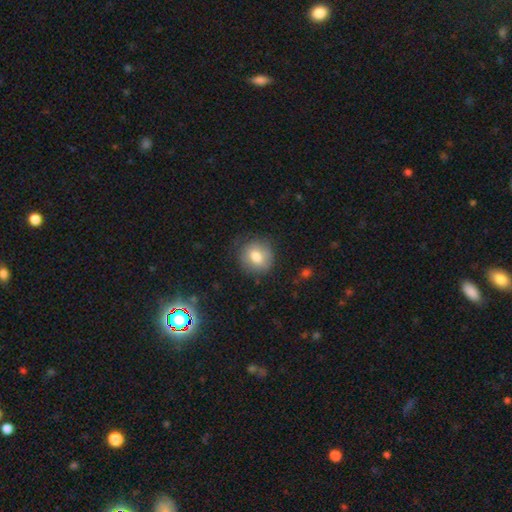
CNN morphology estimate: The model was most divided on "how rounded": round: 76%, in between: 22%, cigar-shaped: 1%. More confident: merging — none (79%); smooth or featured — smooth (74%).